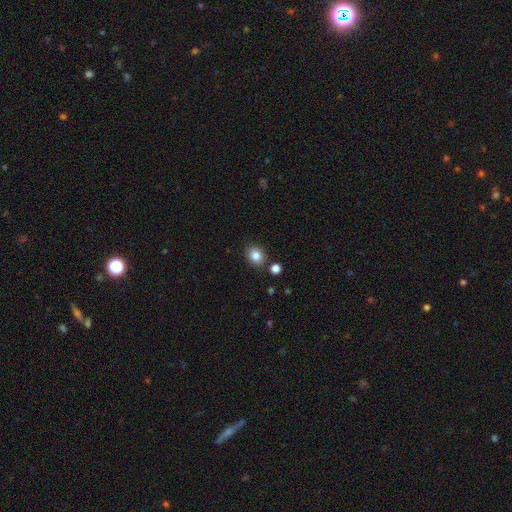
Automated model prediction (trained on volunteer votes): smooth 84%, star or artifact 10%, featured or disk 6%. Down the decision tree: how rounded — round (63%); merging — none (82%).